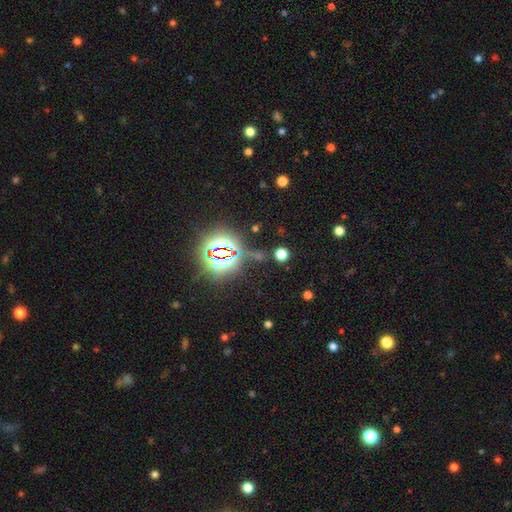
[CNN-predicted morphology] This appears to be a star or artifact, not a galaxy (78%).